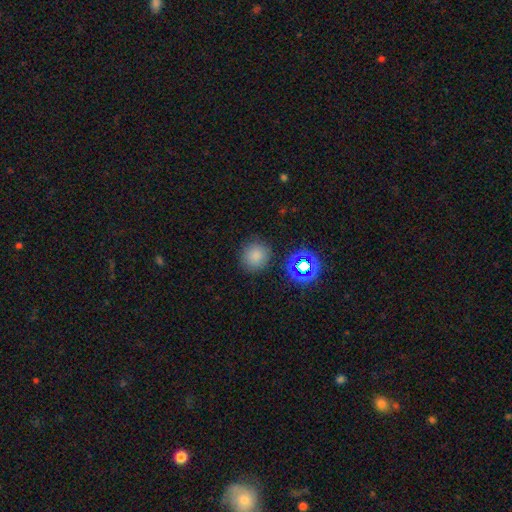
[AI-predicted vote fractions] A smooth galaxy with no disk features (78%) that is round (90%). Merging: none (86%).